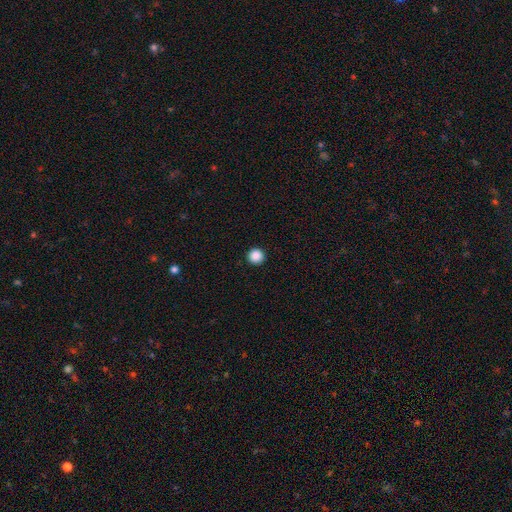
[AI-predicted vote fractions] smooth 89%, star or artifact 9%, featured or disk 2%. Down the decision tree: how rounded — round (96%); merging — none (94%).